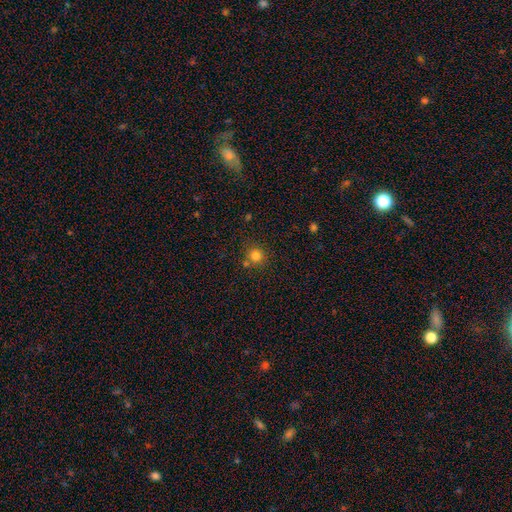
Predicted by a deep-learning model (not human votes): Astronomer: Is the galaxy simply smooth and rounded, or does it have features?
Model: smooth — 80%.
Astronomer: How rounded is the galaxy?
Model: round — 92%.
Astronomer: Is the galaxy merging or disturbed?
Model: none — 75%.